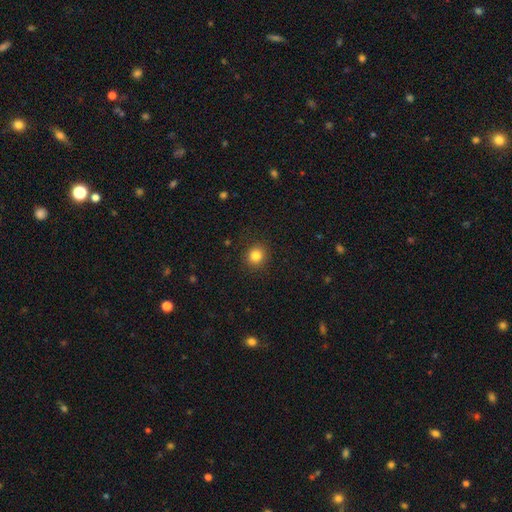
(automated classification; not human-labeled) smooth 84%, star or artifact 11%, featured or disk 5%. Down the decision tree: how rounded — round (88%); merging — none (90%).